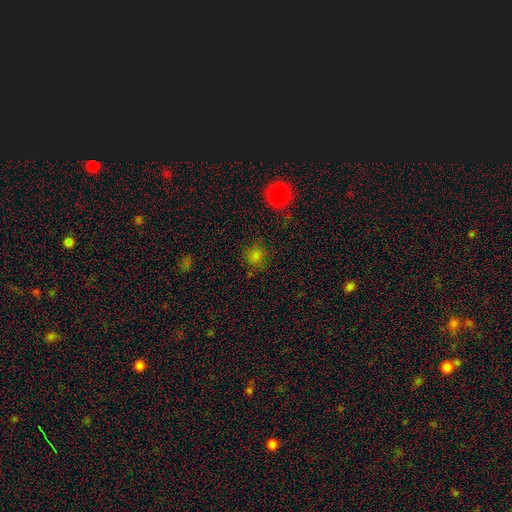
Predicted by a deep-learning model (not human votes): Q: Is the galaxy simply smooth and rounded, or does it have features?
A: smooth — 76%.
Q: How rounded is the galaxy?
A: round — 91%.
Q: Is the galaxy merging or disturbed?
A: none — 83%.